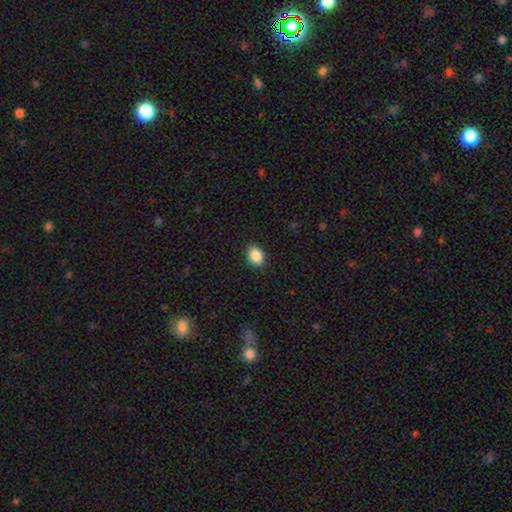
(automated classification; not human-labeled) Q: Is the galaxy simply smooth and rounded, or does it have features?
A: smooth — 88%.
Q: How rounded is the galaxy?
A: in between — 73%.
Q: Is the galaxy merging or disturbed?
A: none — 90%.